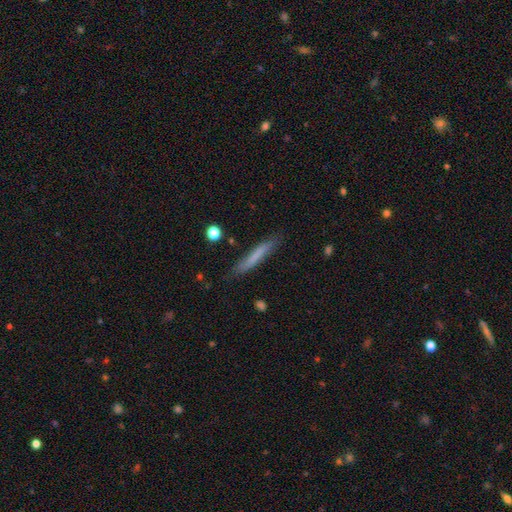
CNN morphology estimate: Overall: smooth (69%). How rounded: cigar-shaped (94%). Merging: none (82%).